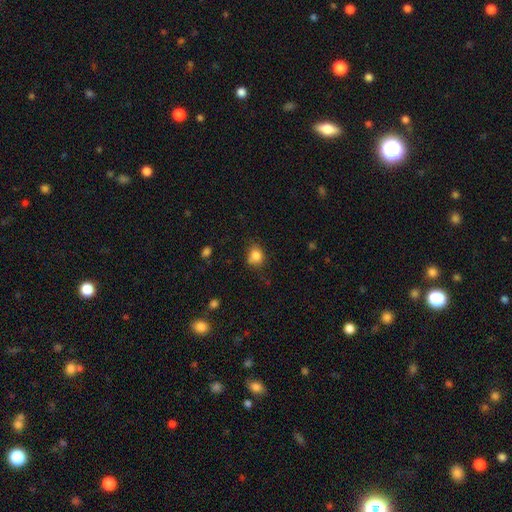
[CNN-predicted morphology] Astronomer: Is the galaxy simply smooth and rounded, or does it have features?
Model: smooth — 82%.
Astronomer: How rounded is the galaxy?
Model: round — 60% (runner-up: in between, 39%).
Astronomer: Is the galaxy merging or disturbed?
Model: none — 58%.